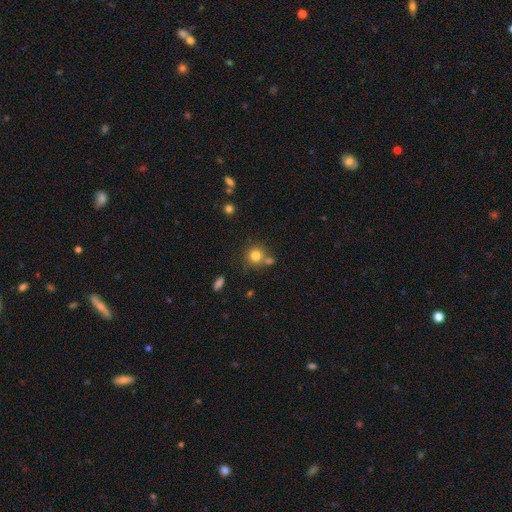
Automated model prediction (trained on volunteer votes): Smooth or featured?
  - smooth: 80% *
  - star or artifact: 12%
  - featured or disk: 8%
How rounded?
  - round: 89% *
  - in between: 10%
  - cigar-shaped: 1%
Merging?
  - none: 64% *
  - merger: 23%
  - minor disturbance: 10%
  - major disturbance: 4%